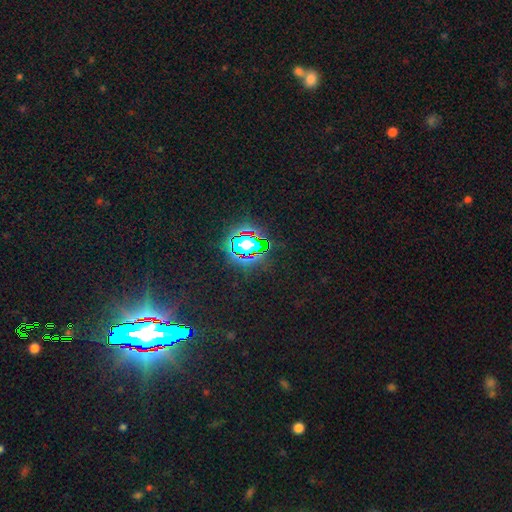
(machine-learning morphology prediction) smooth_or_featured: star or artifact (p=0.84) [alt: smooth p=0.08]